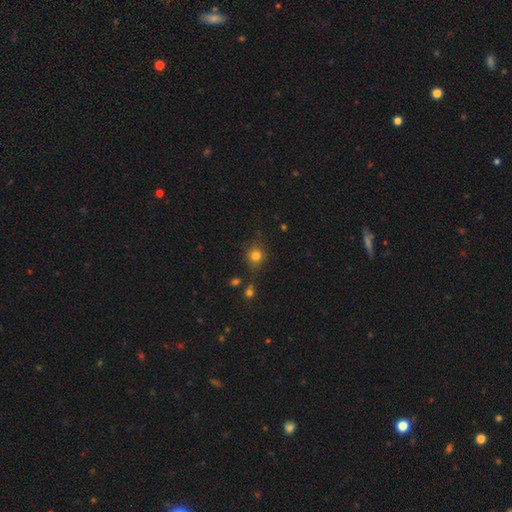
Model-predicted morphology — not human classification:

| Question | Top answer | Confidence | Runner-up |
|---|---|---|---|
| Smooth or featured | smooth | 80% | star or artifact (14%) |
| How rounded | round | 85% | in between (14%) |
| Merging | none | 75% | minor disturbance (14%) |